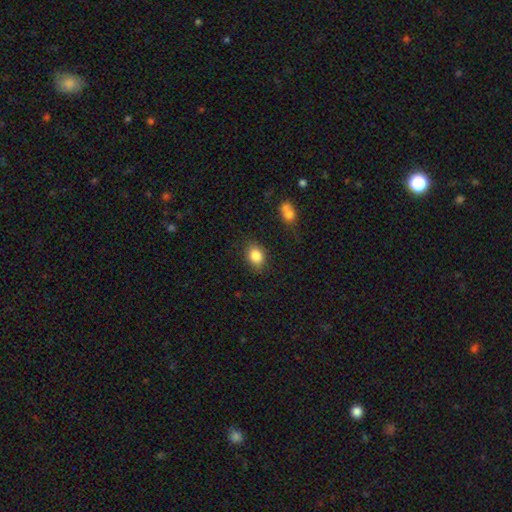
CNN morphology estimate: This appears to be a smooth galaxy with no disk features (85%) that is in between round and cigar-shaped (63%). Merging: none (80%).